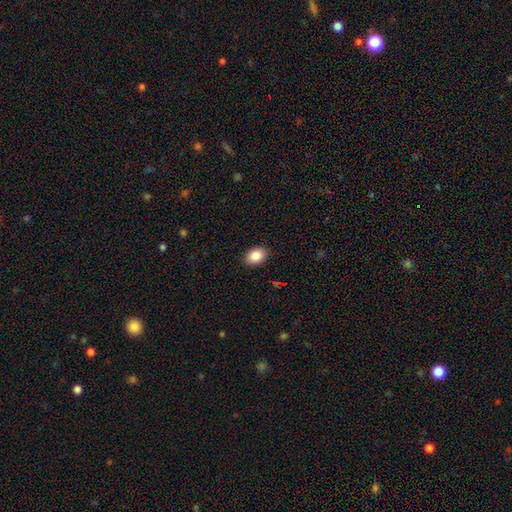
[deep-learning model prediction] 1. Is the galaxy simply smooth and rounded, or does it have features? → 87% smooth, 8% star or artifact, 5% featured or disk.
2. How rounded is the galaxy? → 78% in between, 21% round, 1% cigar-shaped.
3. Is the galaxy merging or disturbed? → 90% none, 8% minor disturbance, 2% major disturbance, 1% merger.